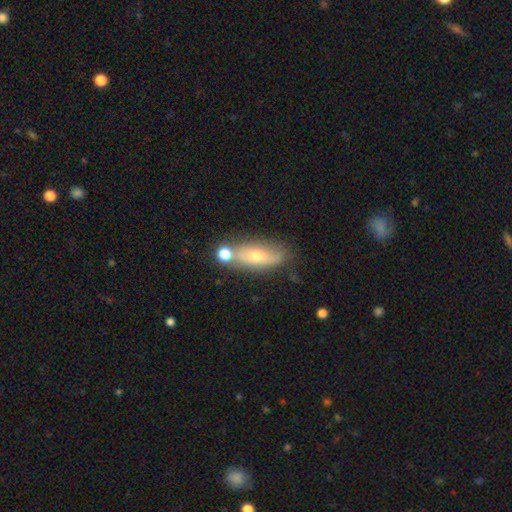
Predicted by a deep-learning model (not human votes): Morphology: type=smooth (49%); merging=none (58%).